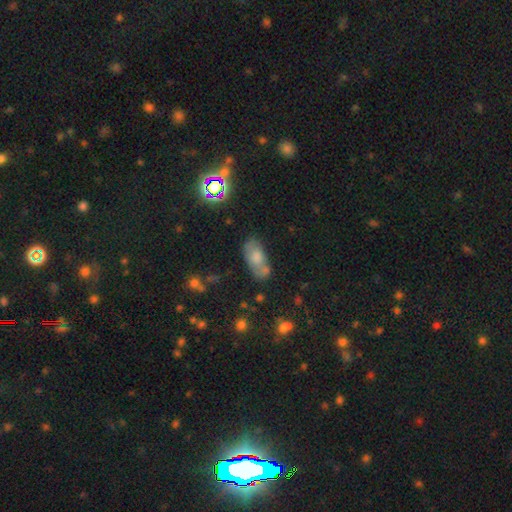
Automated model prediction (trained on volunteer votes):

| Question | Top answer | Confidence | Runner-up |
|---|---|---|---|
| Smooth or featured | smooth | 56% | featured or disk (24%) |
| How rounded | in between | 87% | round (7%) |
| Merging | none | 57% | minor disturbance (21%) |